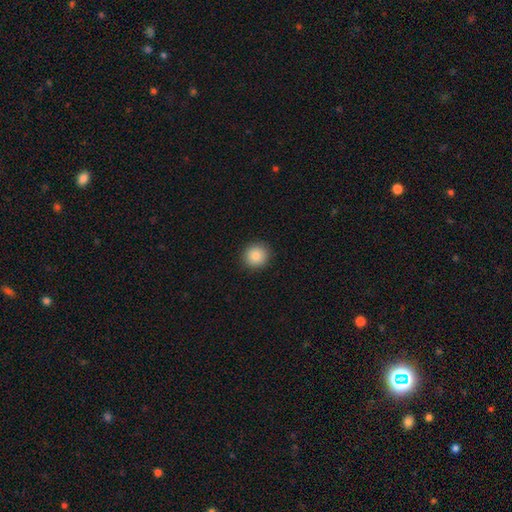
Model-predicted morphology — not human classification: Q: Smooth or featured?
A: smooth (85%); runner-up: star or artifact (9%)
Q: How rounded?
A: round (94%); runner-up: in between (5%)
Q: Merging?
A: none (92%); runner-up: minor disturbance (5%)